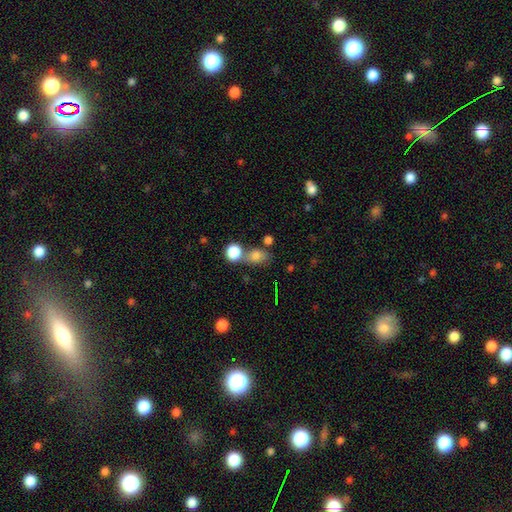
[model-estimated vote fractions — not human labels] Morphology: type=smooth (74%); roundness=in between (59%); merging=none (50%).